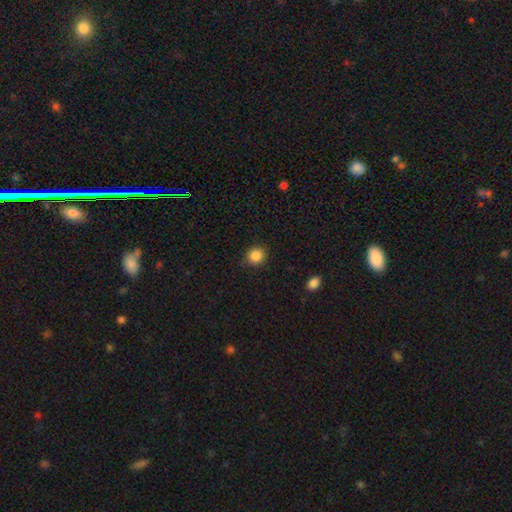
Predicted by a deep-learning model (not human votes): Overall: smooth (87%). How rounded: round (81%). Merging: none (86%).